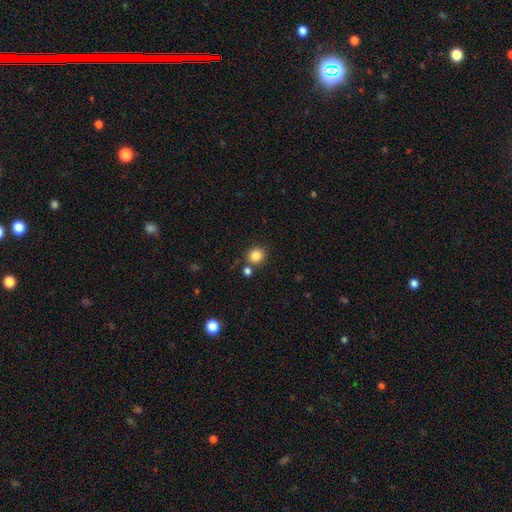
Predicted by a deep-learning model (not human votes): Smooth or featured: smooth — 85% (star or artifact — 11%)
How rounded: round — 89% (in between — 10%)
Merging: none — 79% (merger — 11%)